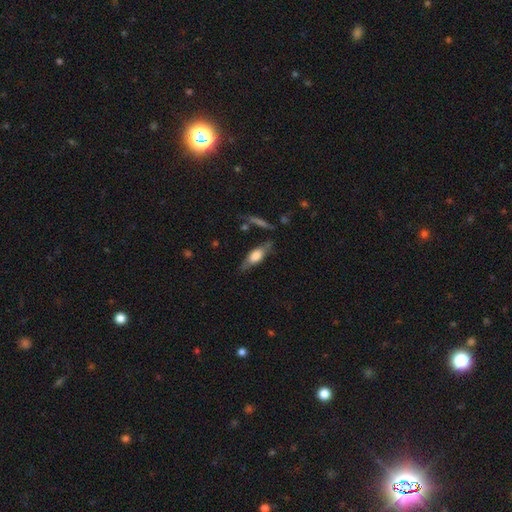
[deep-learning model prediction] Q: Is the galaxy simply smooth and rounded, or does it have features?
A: smooth — 49%.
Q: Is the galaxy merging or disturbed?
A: none — 71%.